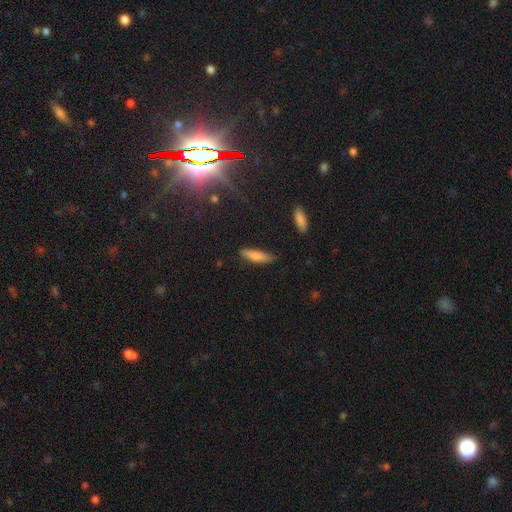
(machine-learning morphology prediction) type=smooth (81%); roundness=cigar-shaped (65%); merging=none (80%).